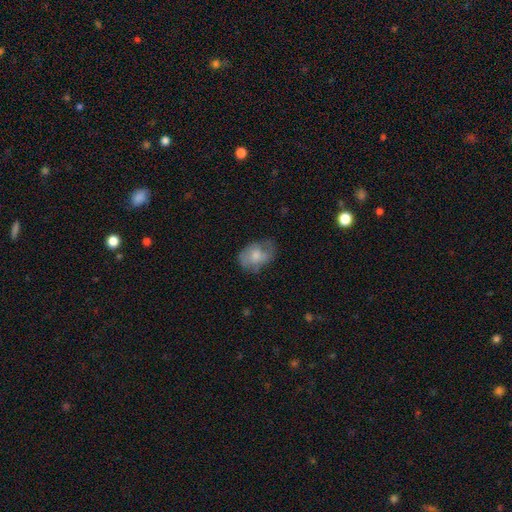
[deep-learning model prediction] Overall: smooth (66%; featured or disk 26%). How rounded: in between (76%). Merging: none (49%; minor disturbance 32%).